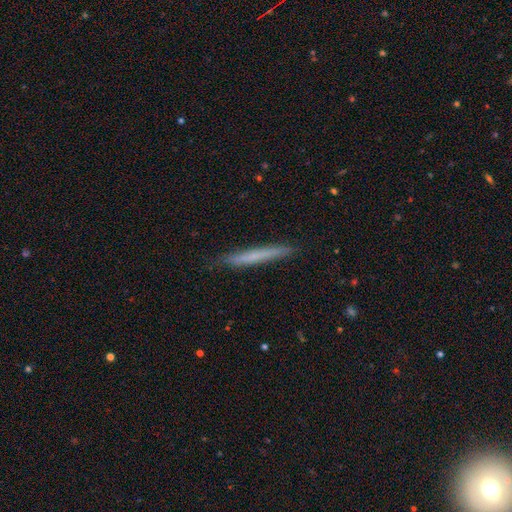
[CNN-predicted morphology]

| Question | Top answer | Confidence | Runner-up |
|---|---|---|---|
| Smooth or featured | smooth | 60% | featured or disk (33%) |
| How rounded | cigar-shaped | 97% | in between (2%) |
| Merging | none | 87% | minor disturbance (10%) |